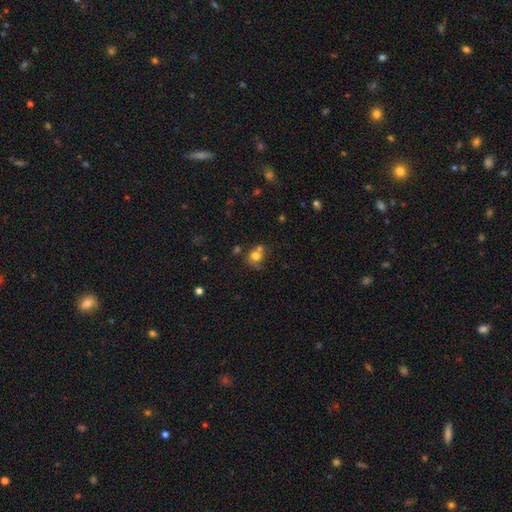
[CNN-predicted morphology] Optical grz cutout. It shows a smooth galaxy with no disk features (72%) that is round (72%). Merging: none (40%).